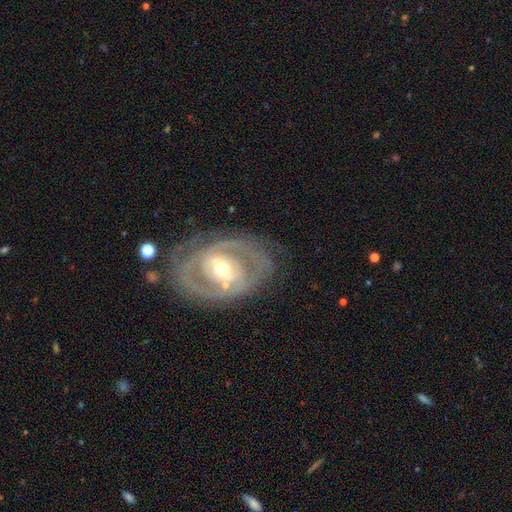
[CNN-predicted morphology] The model was most divided on "bar": weak: 40%, strong: 32%, no: 28%. More confident: edge-on disk — no (95%); spiral arms — yes (84%); smooth or featured — featured or disk (82%); merging — none (75%); spiral arm count — 2 (61%); spiral winding — tight (60%); bulge size — moderate (57%).